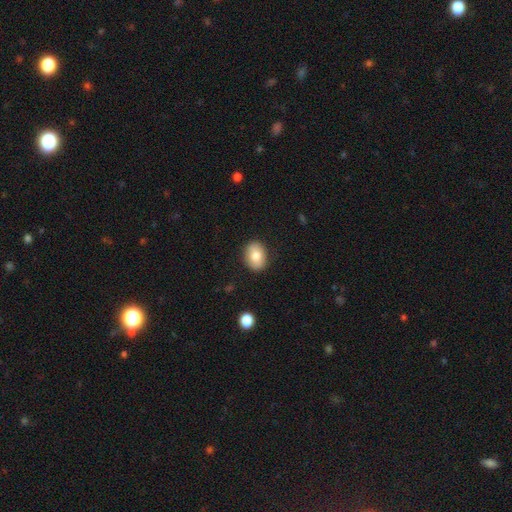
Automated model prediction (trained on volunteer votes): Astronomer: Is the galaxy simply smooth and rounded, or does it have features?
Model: smooth — 79%.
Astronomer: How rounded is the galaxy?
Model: in between — 70%.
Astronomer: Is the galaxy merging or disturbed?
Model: none — 87%.